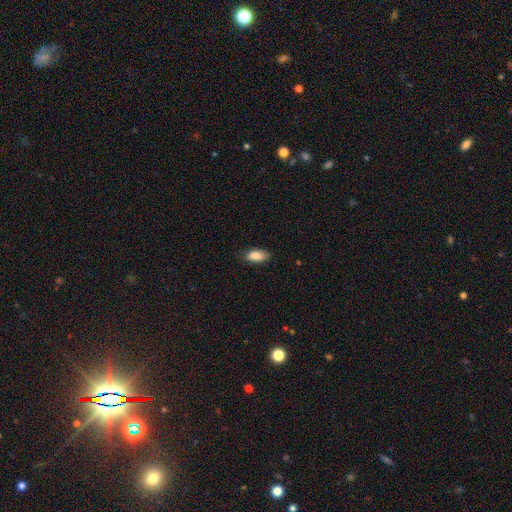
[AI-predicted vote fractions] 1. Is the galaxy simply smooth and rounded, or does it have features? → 88% smooth, 7% star or artifact, 5% featured or disk.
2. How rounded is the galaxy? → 90% in between, 7% cigar-shaped, 3% round.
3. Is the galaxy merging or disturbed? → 79% none, 17% minor disturbance, 3% major disturbance, 1% merger.